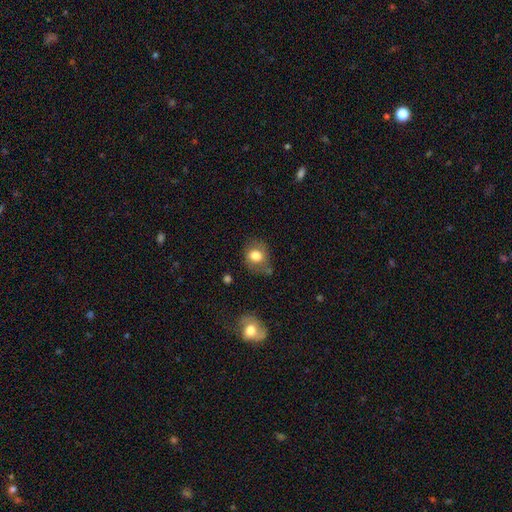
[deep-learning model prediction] The model was most divided on "how rounded": round: 61%, in between: 38%, cigar-shaped: 1%. More confident: smooth or featured — smooth (78%); merging — none (62%).